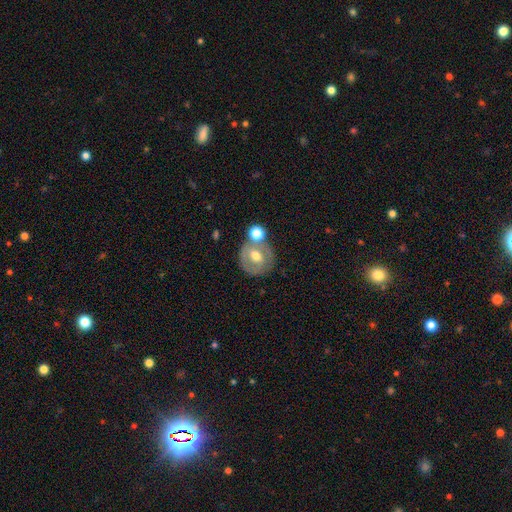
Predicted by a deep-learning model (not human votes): A smooth galaxy with no disk features (47%).

Vote fractions:
- Smooth or featured? smooth: 47% / featured or disk: 45% / star or artifact: 8%
- Merging? none: 57% / merger: 24% / minor disturbance: 13% / major disturbance: 6%